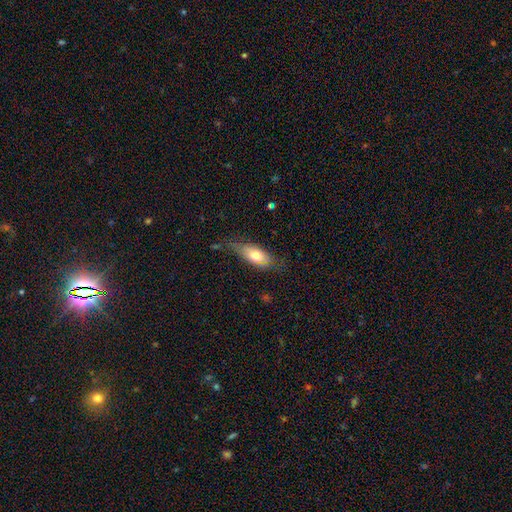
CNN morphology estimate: Q: Smooth or featured?
A: smooth (68%); runner-up: featured or disk (25%)
Q: How rounded?
A: in between (77%); runner-up: cigar-shaped (20%)
Q: Merging?
A: none (60%); runner-up: minor disturbance (29%)